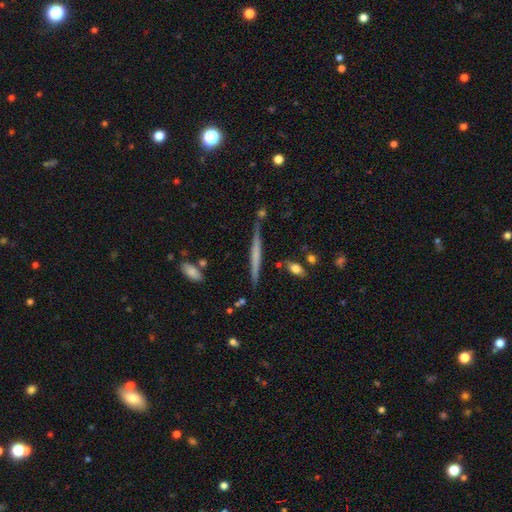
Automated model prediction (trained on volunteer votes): smooth_or_featured: featured or disk (p=0.58) [alt: smooth p=0.35]
disk_edge_on: yes (p=0.97) [alt: no p=0.03]
edge_on_bulge: none (p=0.70) [alt: rounded p=0.18]
merging: none (p=0.83) [alt: minor disturbance p=0.11]